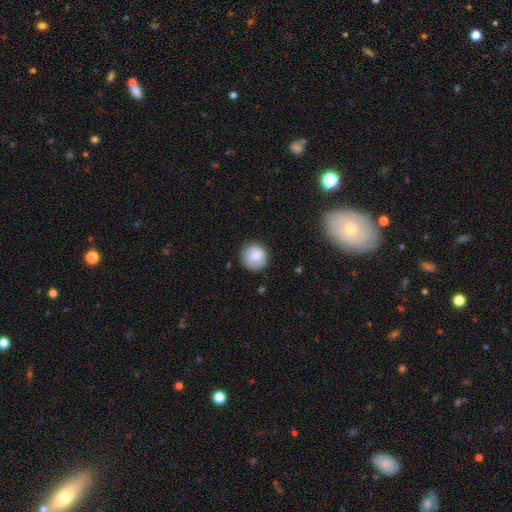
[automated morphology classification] This is clearly a smooth galaxy (81%). How rounded: clearly round (93%). Merging: clearly none (83%).